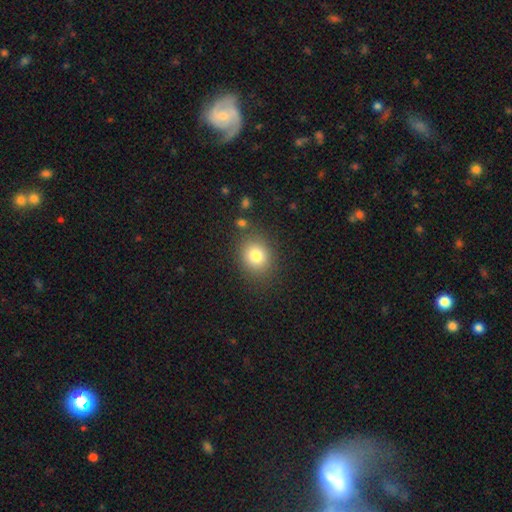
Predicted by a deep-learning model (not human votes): Smooth or featured? smooth (80%)
How rounded? round (68%)
Merging? none (83%)